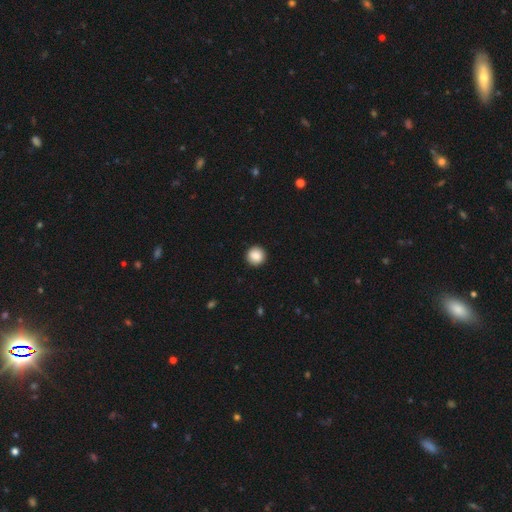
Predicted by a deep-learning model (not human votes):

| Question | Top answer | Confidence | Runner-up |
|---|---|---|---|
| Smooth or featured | smooth | 88% | star or artifact (8%) |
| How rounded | round | 95% | in between (4%) |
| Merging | none | 92% | minor disturbance (5%) |